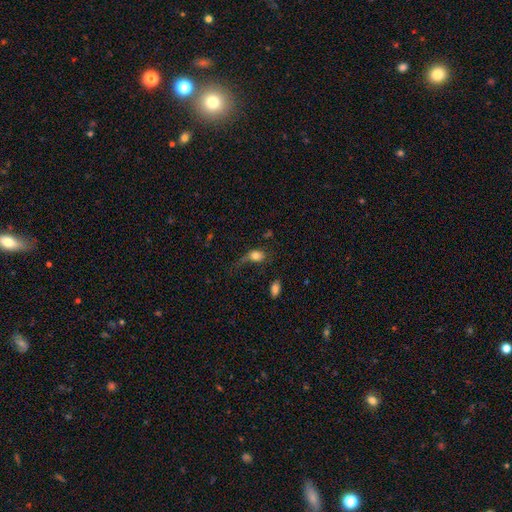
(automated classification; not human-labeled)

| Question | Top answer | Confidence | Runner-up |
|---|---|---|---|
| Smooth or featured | smooth | 71% | featured or disk (19%) |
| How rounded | in between | 63% | round (34%) |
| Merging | major disturbance | 47% | none (25%) |